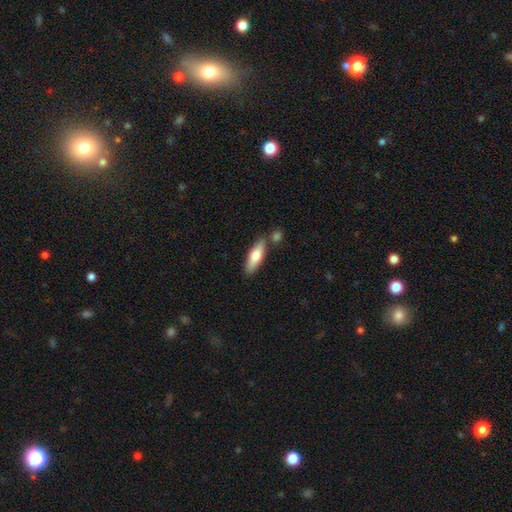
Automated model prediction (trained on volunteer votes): This appears to be a smooth galaxy with no disk features (68%) that is cigar-shaped (50%). Merging: none (74%).